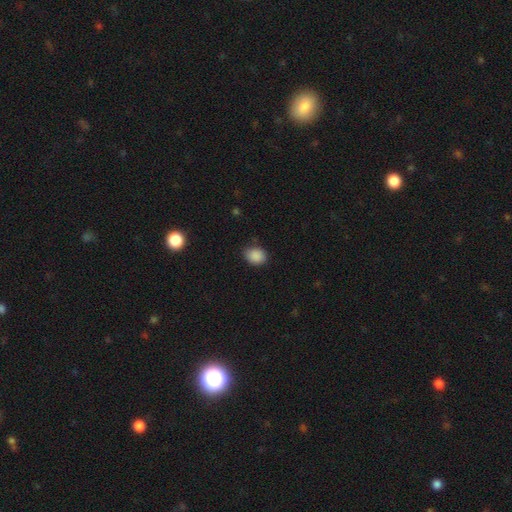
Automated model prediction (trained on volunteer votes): smooth_or_featured: smooth (p=0.88) [alt: star or artifact p=0.09]
how_rounded: in between (p=0.51) [alt: round p=0.48]
merging: none (p=0.78) [alt: minor disturbance p=0.17]